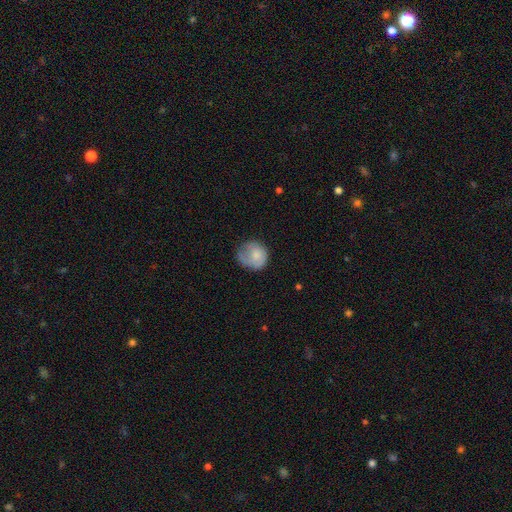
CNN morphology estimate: The model was most divided on "merging": none: 50%, minor disturbance: 30%, major disturbance: 19%, merger: 2%. More confident: how rounded — round (78%); smooth or featured — smooth (70%).